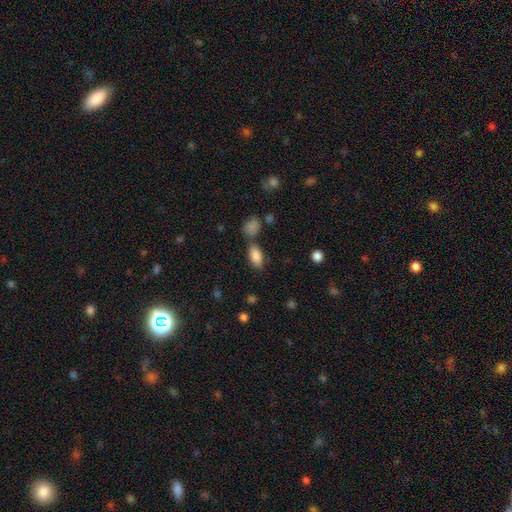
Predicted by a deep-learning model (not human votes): Smooth or featured?
  - smooth: 85% *
  - star or artifact: 8%
  - featured or disk: 7%
How rounded?
  - in between: 90% *
  - cigar-shaped: 7%
  - round: 3%
Merging?
  - none: 66% *
  - merger: 16%
  - minor disturbance: 14%
  - major disturbance: 5%